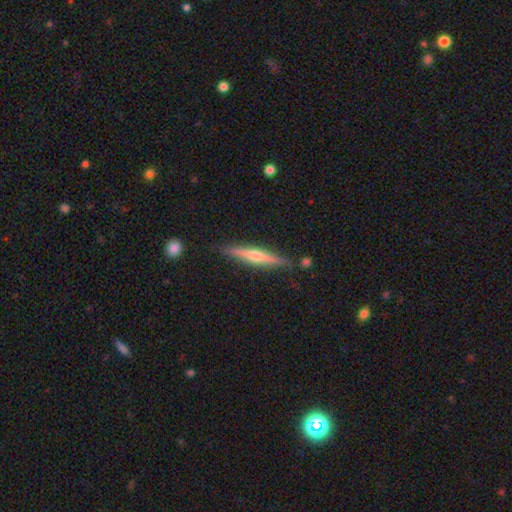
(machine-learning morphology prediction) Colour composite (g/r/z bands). It shows a featured or disk galaxy (67%) viewed edge-on (97%) with a rounded central bulge (81%). Merging: none (86%).